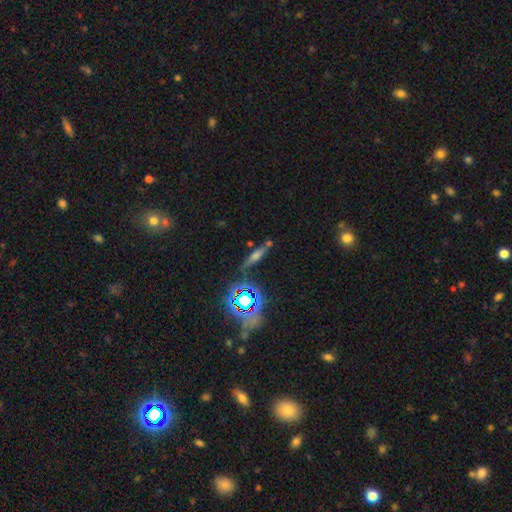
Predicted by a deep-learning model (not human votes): Morphology: type=featured or disk (39%); merging=none (74%).